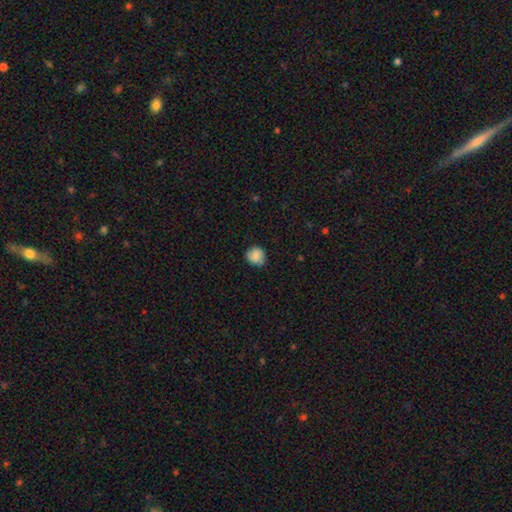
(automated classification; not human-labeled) This appears to be a smooth galaxy with no disk features (82%) that is round (83%). Merging: none (79%).